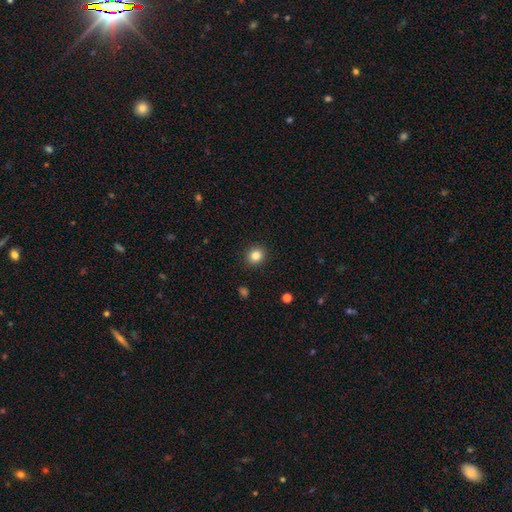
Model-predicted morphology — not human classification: Smooth or featured? smooth (84%)
How rounded? round (77%)
Merging? none (91%)